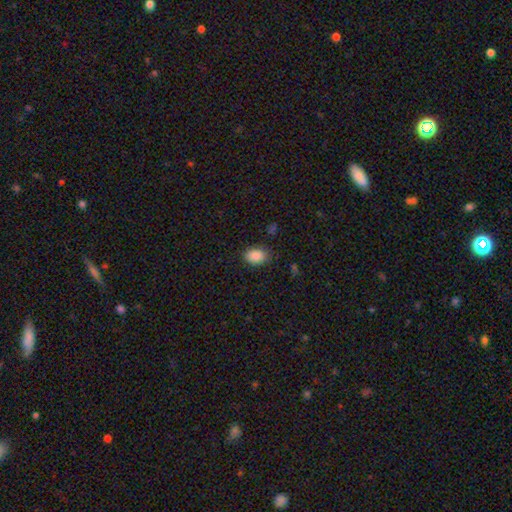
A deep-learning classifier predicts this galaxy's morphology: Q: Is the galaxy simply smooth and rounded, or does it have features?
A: smooth — 88%.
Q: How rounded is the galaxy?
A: in between — 77%.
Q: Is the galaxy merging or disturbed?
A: none — 83%.